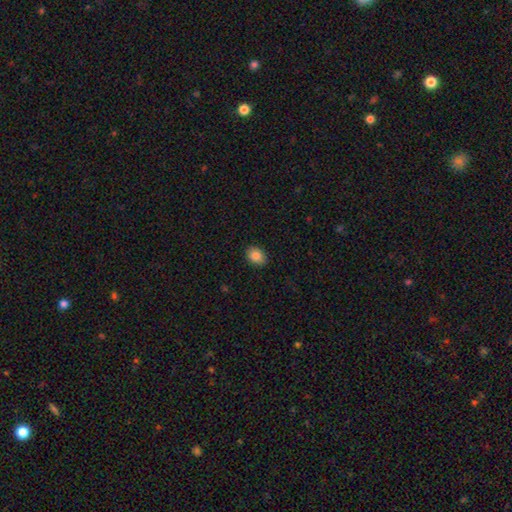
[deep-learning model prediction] A smooth galaxy with no disk features (85%) that is in between round and cigar-shaped (71%).

Vote fractions:
- Smooth or featured? smooth: 85% / star or artifact: 8% / featured or disk: 7%
- How rounded? in between: 71% / round: 28% / cigar-shaped: 1%
- Merging? none: 90% / minor disturbance: 8% / major disturbance: 2% / merger: 1%